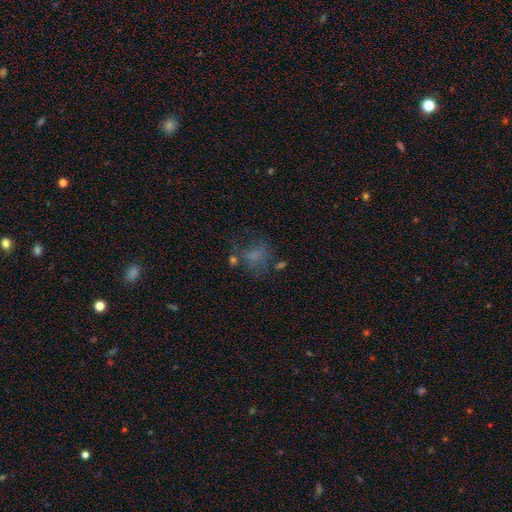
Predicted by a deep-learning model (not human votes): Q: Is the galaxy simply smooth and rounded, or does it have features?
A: smooth — 52%.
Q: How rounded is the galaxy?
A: round — 53%.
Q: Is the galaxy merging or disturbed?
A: none — 40%.